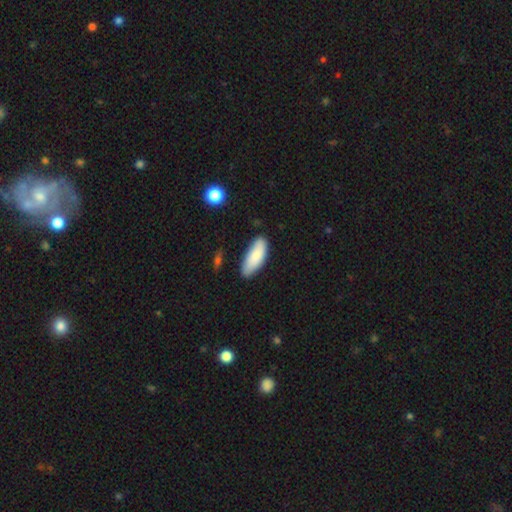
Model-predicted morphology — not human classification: A smooth galaxy with no disk features (85%) that is in between round and cigar-shaped (76%).

Vote fractions:
- Smooth or featured? smooth: 85% / featured or disk: 9% / star or artifact: 6%
- How rounded? in between: 76% / cigar-shaped: 22% / round: 2%
- Merging? none: 74% / minor disturbance: 20% / major disturbance: 3% / merger: 3%